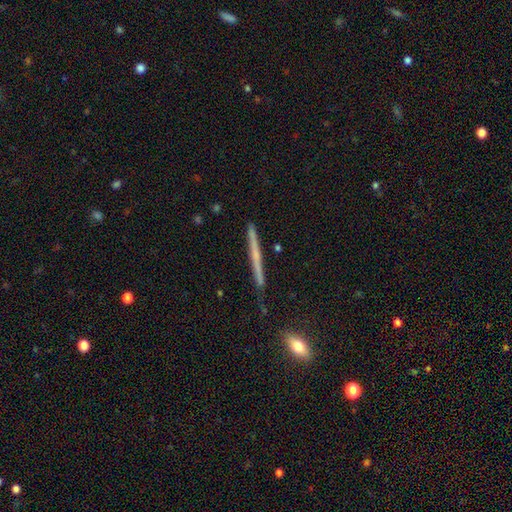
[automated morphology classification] smooth-or-featured: featured or disk: 57% | smooth: 36% | star or artifact: 7%
  disk-edge-on: yes: 97% | no: 3%
    edge-on-bulge: none: 74% | rounded: 20% | boxy: 5%
  merging: none: 87% | minor disturbance: 9% | major disturbance: 2% | merger: 2%